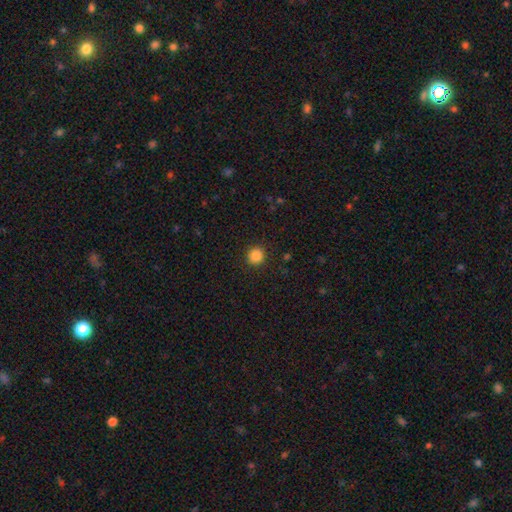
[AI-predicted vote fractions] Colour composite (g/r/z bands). It shows a smooth galaxy with no disk features (85%) that is round (92%). Merging: none (92%).